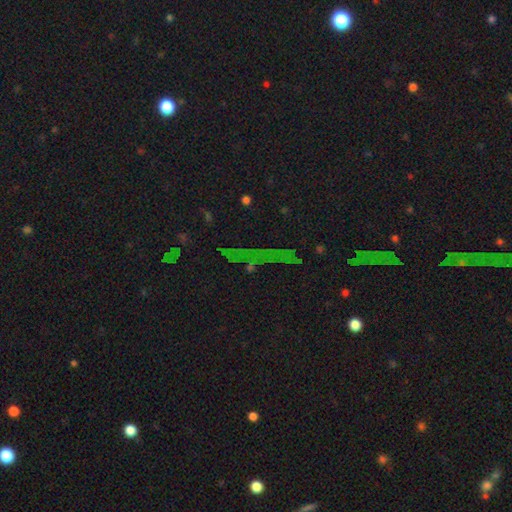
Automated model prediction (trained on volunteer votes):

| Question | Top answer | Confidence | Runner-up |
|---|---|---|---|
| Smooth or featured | star or artifact | 73% | smooth (14%) |